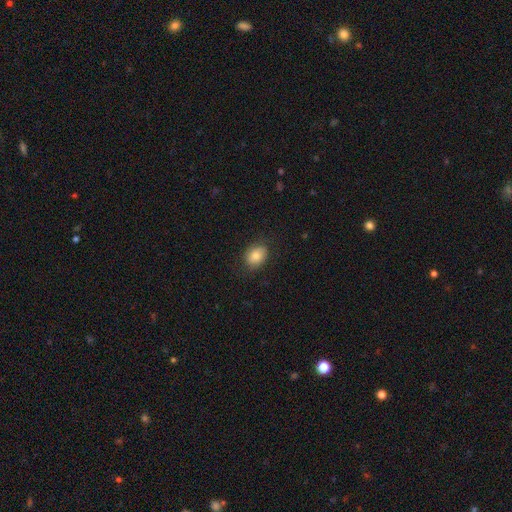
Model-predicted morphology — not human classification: The model was most divided on "how rounded": in between: 65%, round: 34%, cigar-shaped: 1%. More confident: smooth or featured — smooth (82%); merging — none (81%).